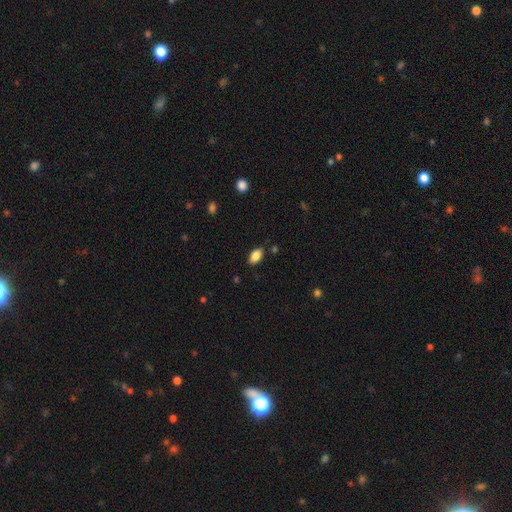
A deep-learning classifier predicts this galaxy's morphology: Smooth or featured? smooth (86%)
How rounded? in between (92%)
Merging? none (84%)